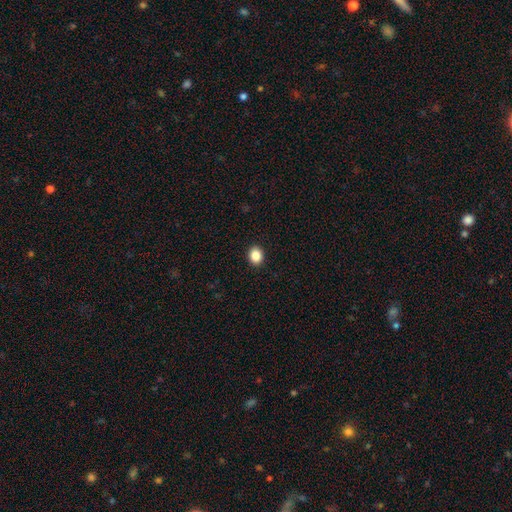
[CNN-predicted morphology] The model was most divided on "how rounded": in between: 50%, round: 49%, cigar-shaped: 1%. More confident: merging — none (92%); smooth or featured — smooth (87%).